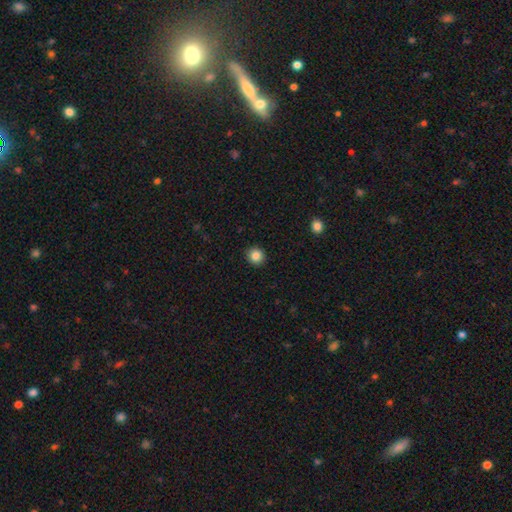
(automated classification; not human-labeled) This is clearly a smooth galaxy (85%). How rounded: clearly round (91%). Merging: clearly none (92%).